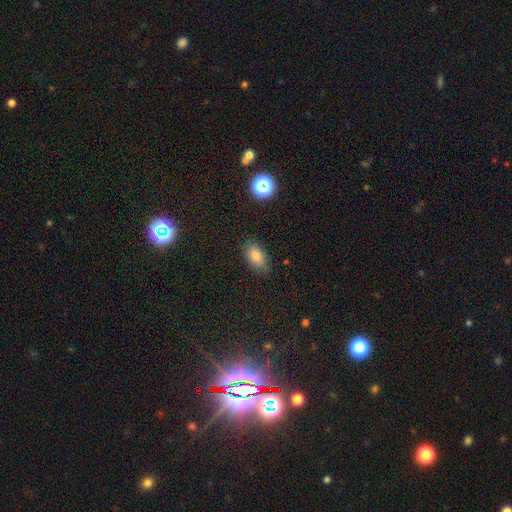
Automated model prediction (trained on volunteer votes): Smooth or featured? Predicted: smooth (p=0.81). How rounded? Predicted: in between (p=0.89). Merging? Predicted: none (p=0.80).